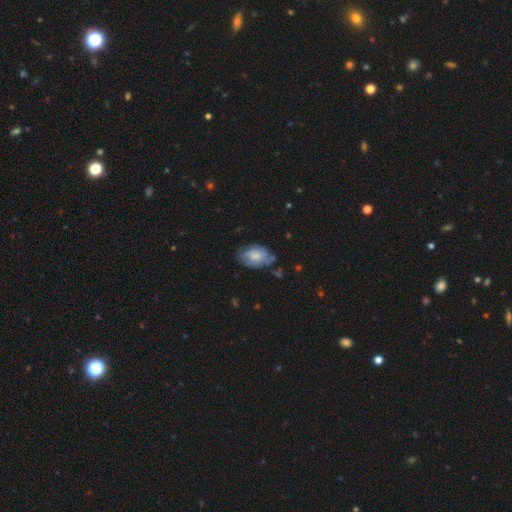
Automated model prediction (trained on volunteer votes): A smooth galaxy with no disk features (56%) that is in between round and cigar-shaped (88%).

Vote fractions:
- Smooth or featured? smooth: 56% / featured or disk: 37% / star or artifact: 7%
- How rounded? in between: 88% / round: 11% / cigar-shaped: 1%
- Merging? none: 58% / minor disturbance: 29% / major disturbance: 10% / merger: 3%